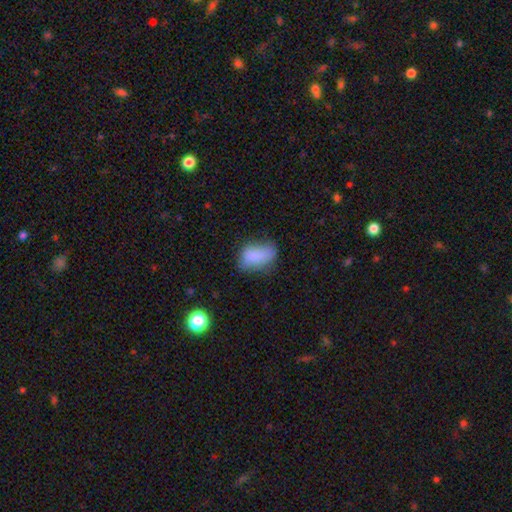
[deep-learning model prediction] Morphology: type=smooth (81%); roundness=in between (88%); merging=none (50%).